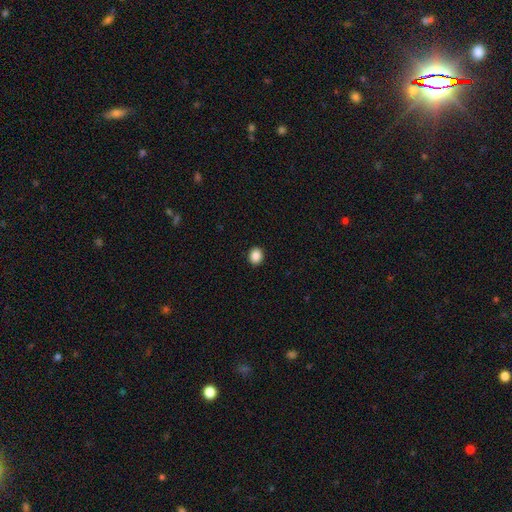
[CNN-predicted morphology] This is clearly a smooth galaxy (89%). How rounded: likely round (63%). Merging: clearly none (92%).